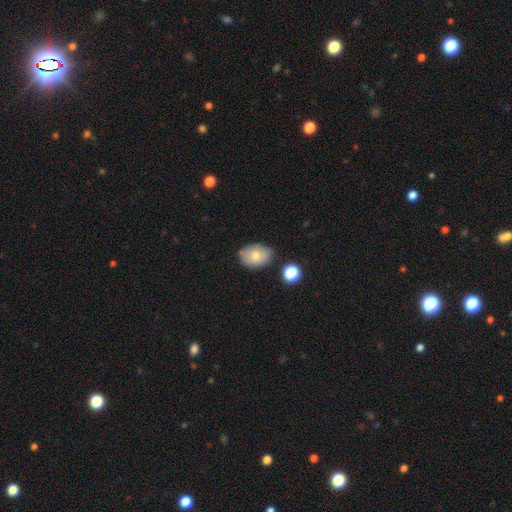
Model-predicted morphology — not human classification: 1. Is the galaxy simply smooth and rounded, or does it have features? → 74% smooth, 17% featured or disk, 9% star or artifact.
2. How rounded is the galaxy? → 75% in between, 24% round, 1% cigar-shaped.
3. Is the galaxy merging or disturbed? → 74% none, 17% minor disturbance, 5% merger, 4% major disturbance.